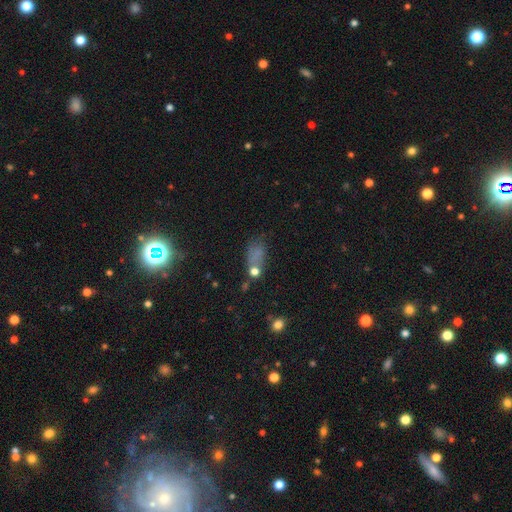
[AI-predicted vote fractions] This appears to be a smooth galaxy with no disk features (60%) that is in between round and cigar-shaped (80%). Merging: none (45%).